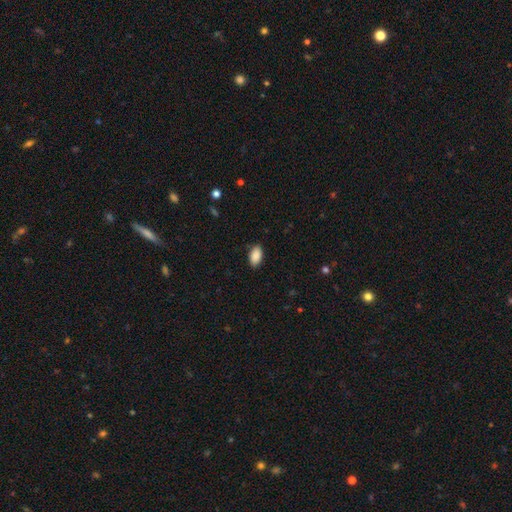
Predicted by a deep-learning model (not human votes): smooth-or-featured: smooth: 90% | star or artifact: 7% | featured or disk: 3%
  how-rounded: in between: 94% | round: 4% | cigar-shaped: 2%
  merging: none: 88% | minor disturbance: 9% | major disturbance: 2% | merger: 1%